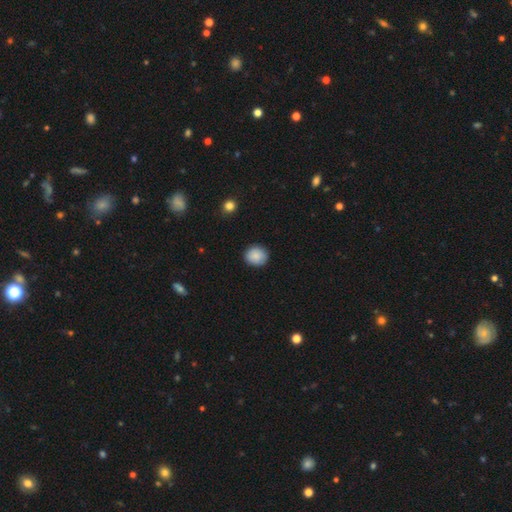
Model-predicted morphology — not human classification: A smooth galaxy with no disk features (88%) that is round (84%).

Vote fractions:
- Smooth or featured? smooth: 88% / star or artifact: 8% / featured or disk: 5%
- How rounded? round: 84% / in between: 16% / cigar-shaped: 1%
- Merging? none: 89% / minor disturbance: 8% / major disturbance: 2% / merger: 1%